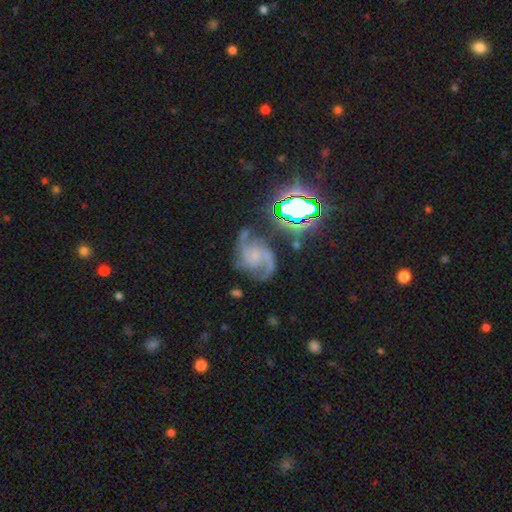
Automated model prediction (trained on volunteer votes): Smooth or featured? Predicted: featured or disk (p=0.84). Edge-on disk? Predicted: no (p=0.98). Bar? Predicted: no (p=0.64). Spiral arms? Predicted: yes (p=0.97). Spiral winding? Predicted: medium (p=0.56). Spiral arm count? Predicted: 2 (p=0.85). Bulge size? Predicted: small (p=0.58). Merging? Predicted: none (p=0.64).